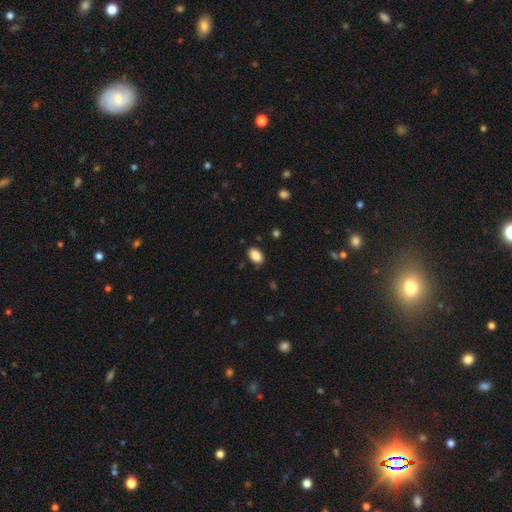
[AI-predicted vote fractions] Morphology: type=smooth (89%); roundness=in between (87%); merging=none (86%).